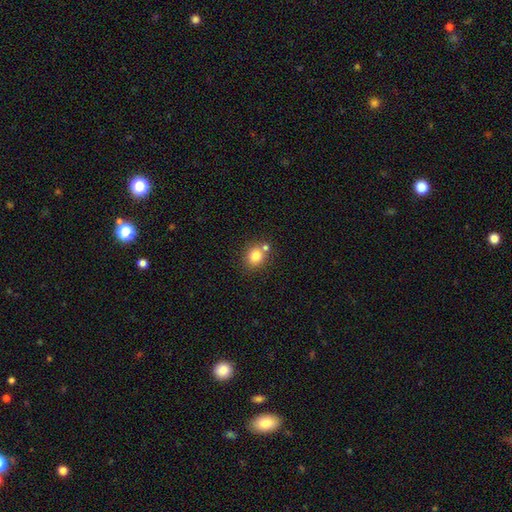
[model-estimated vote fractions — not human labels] Smooth or featured: smooth — 80% (star or artifact — 11%)
How rounded: round — 78% (in between — 21%)
Merging: none — 63% (merger — 24%)